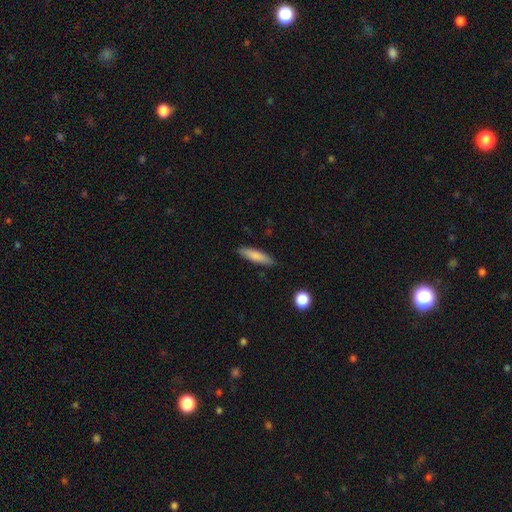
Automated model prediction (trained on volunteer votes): Overall: smooth (80%). How rounded: cigar-shaped (76%). Merging: none (87%).